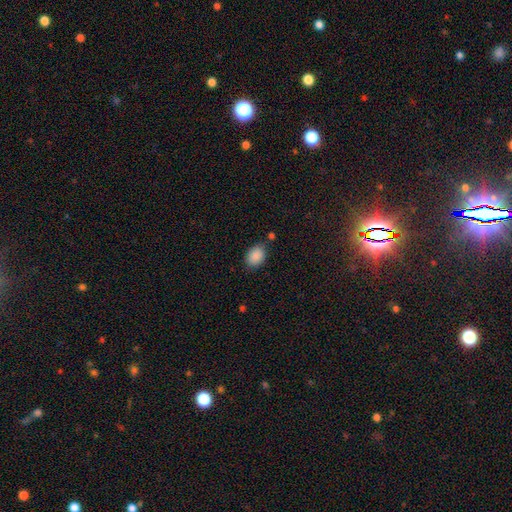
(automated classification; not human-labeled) Smooth or featured?
  - smooth: 89% *
  - star or artifact: 7%
  - featured or disk: 4%
How rounded?
  - in between: 78% *
  - round: 21%
  - cigar-shaped: 1%
Merging?
  - none: 79% *
  - minor disturbance: 14%
  - merger: 4%
  - major disturbance: 3%